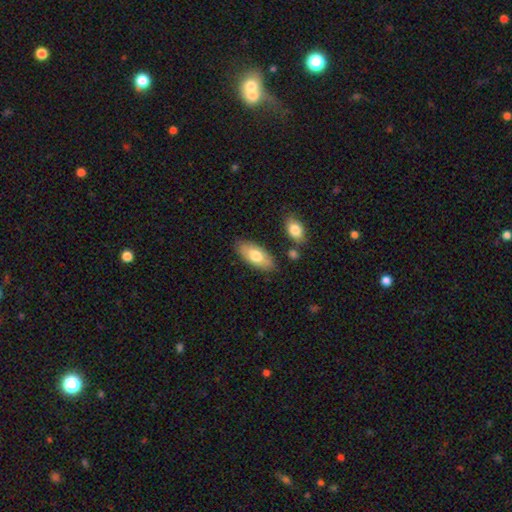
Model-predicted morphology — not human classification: smooth 72%, featured or disk 22%, star or artifact 6%. Down the decision tree: how rounded — in between (87%); merging — none (82%).